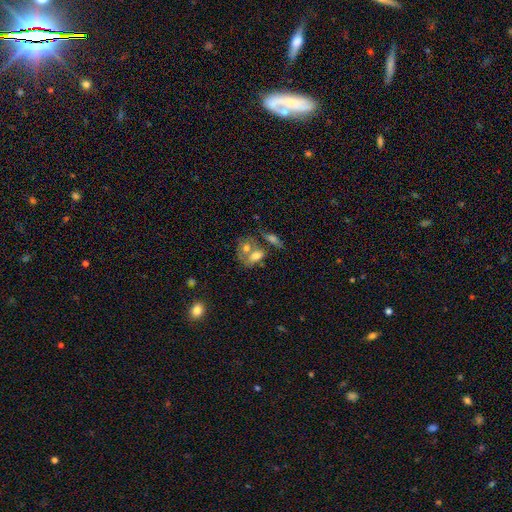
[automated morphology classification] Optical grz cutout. It shows a smooth galaxy with no disk features (63%) that is in between round and cigar-shaped (75%). Merging: merger (54%).